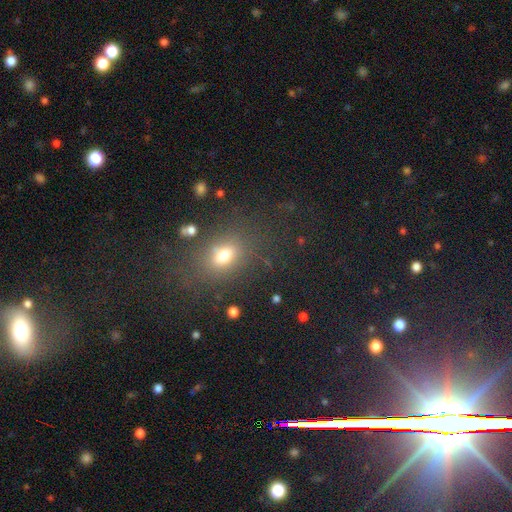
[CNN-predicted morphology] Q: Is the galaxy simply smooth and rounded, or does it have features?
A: smooth — 45%.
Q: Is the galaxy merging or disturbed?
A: none — 83%.